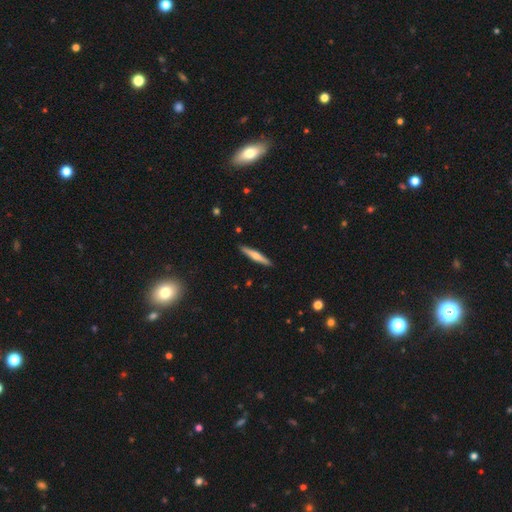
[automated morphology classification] A smooth galaxy with no disk features (49%). Merging: none (91%).